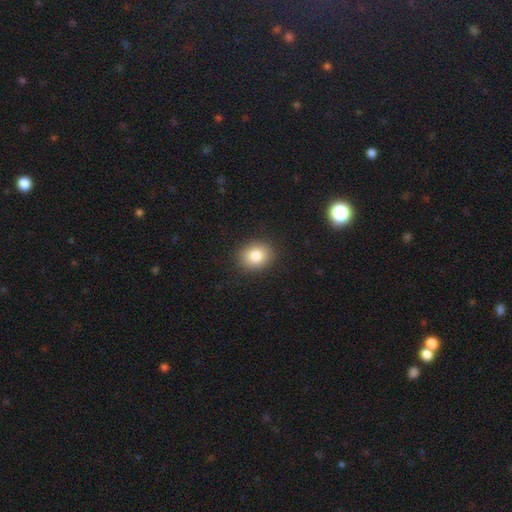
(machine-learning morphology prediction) A smooth galaxy with no disk features (83%) that is round (58%). Merging: none (89%).